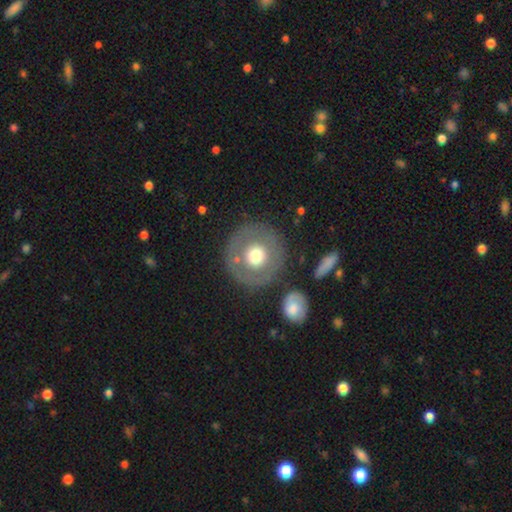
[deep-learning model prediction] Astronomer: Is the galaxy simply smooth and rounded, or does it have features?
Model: smooth — 55% (runner-up: featured or disk, 37%).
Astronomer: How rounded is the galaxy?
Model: round — 94%.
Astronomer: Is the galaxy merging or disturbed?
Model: none — 81%.